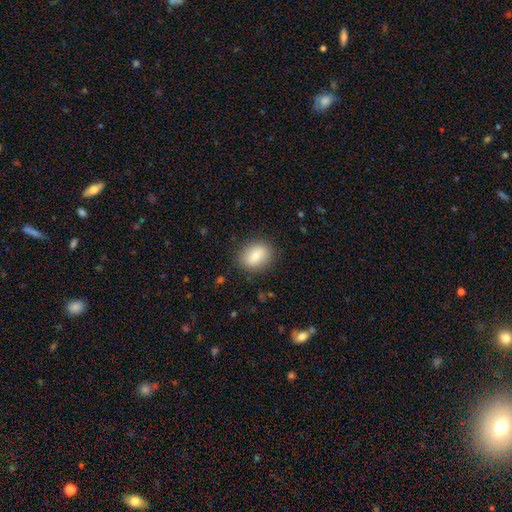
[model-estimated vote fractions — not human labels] Q: Smooth or featured?
A: smooth (78%); runner-up: featured or disk (15%)
Q: How rounded?
A: in between (65%); runner-up: round (33%)
Q: Merging?
A: none (84%); runner-up: minor disturbance (11%)